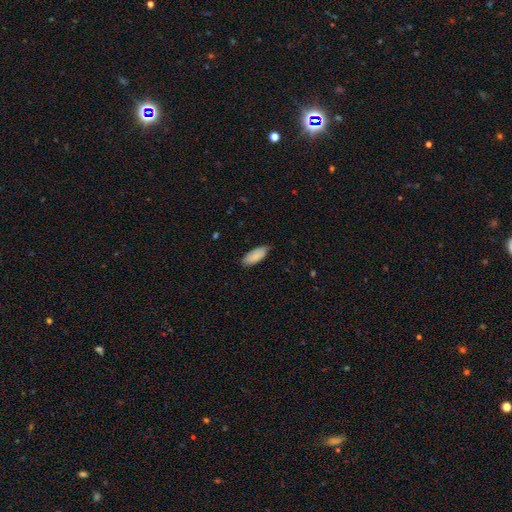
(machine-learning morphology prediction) Smooth or featured: smooth — 86% (featured or disk — 8%)
How rounded: in between — 84% (cigar-shaped — 15%)
Merging: none — 79% (minor disturbance — 17%)